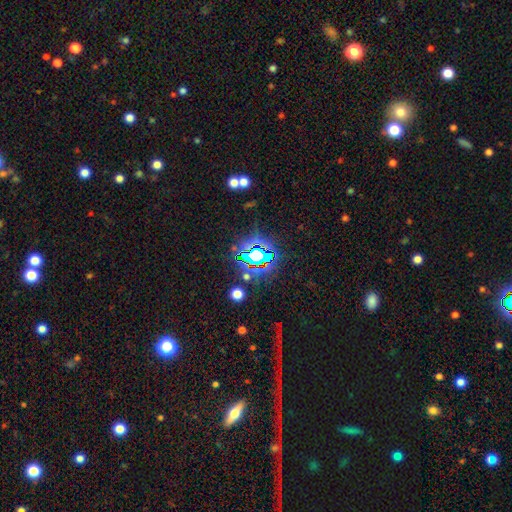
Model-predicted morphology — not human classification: Overall: star or artifact (70%).